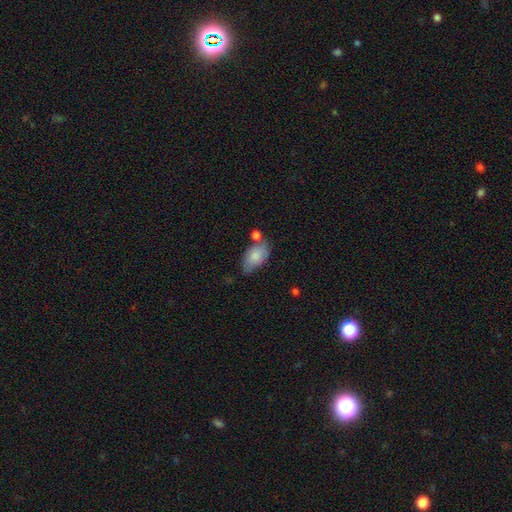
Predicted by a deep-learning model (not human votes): This appears to be a smooth galaxy with no disk features (80%) that is in between round and cigar-shaped (92%). Merging: none (52%).